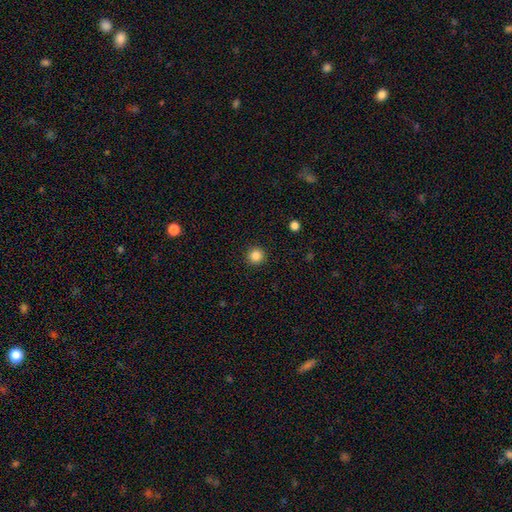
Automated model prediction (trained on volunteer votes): Q: Smooth or featured?
A: smooth (85%); runner-up: star or artifact (11%)
Q: How rounded?
A: round (95%); runner-up: in between (4%)
Q: Merging?
A: none (92%); runner-up: minor disturbance (5%)